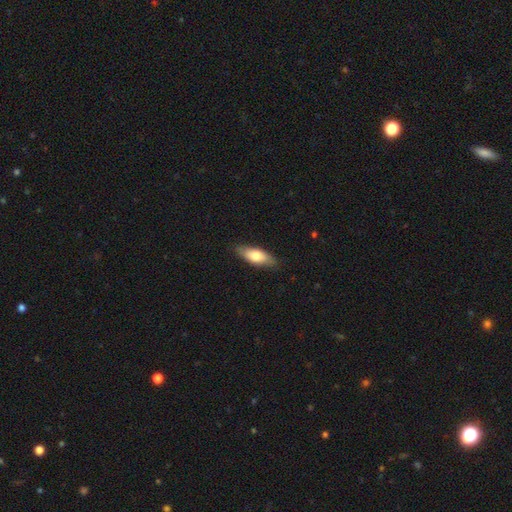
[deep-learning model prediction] Overall: smooth (73%). How rounded: in between (71%). Merging: none (84%).